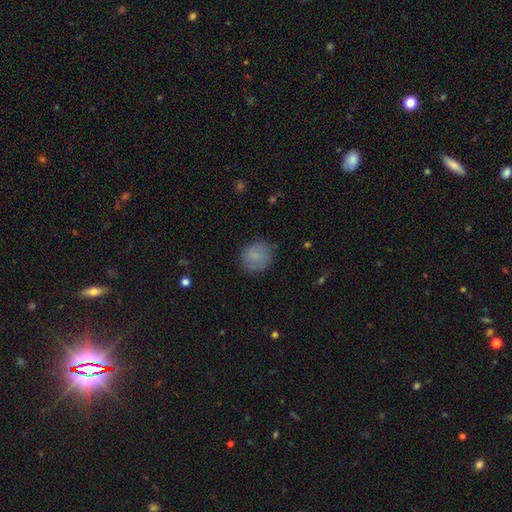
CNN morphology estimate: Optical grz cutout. It shows a smooth galaxy with no disk features (78%) that is round (73%). Merging: none (74%).